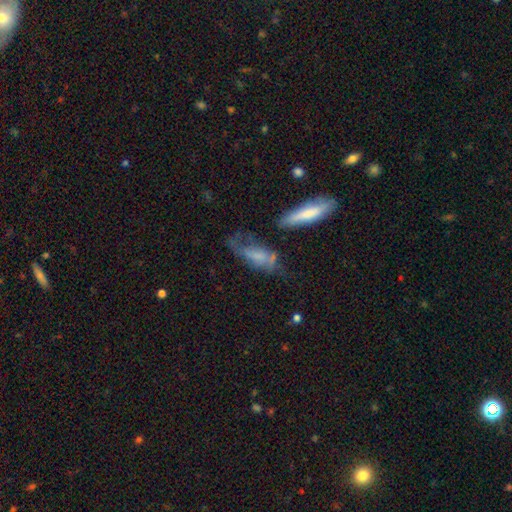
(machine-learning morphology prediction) A featured or disk galaxy (45%). Merging: none (42%).